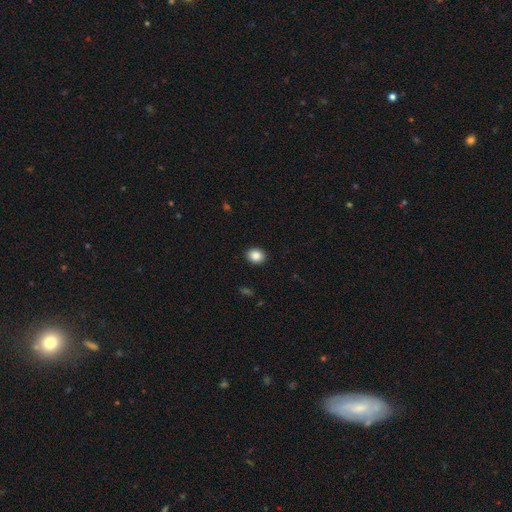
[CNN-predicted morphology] smooth 87%, star or artifact 9%, featured or disk 4%. Down the decision tree: how rounded — round (57%); merging — none (91%).